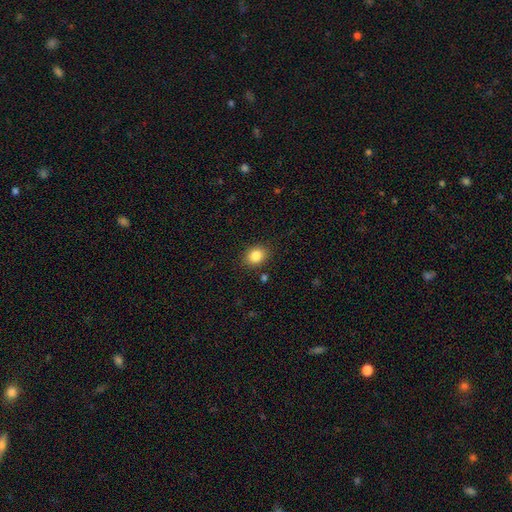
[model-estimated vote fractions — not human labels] Smooth or featured? Predicted: smooth (p=0.85). How rounded? Predicted: round (p=0.55). Merging? Predicted: none (p=0.87).